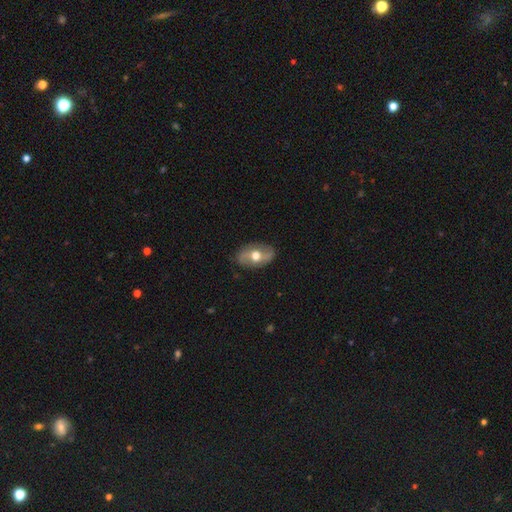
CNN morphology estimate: Smooth or featured? featured or disk (57%)
Edge-on disk? no (90%)
Bar? no (54%)
Spiral arms? yes (57%)
Bulge size? moderate (71%)
Merging? none (83%)